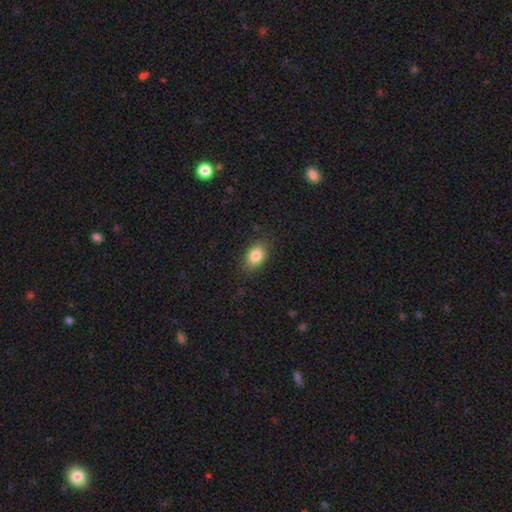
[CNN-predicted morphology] A smooth galaxy with no disk features (84%) that is in between round and cigar-shaped (78%).

Vote fractions:
- Smooth or featured? smooth: 84% / star or artifact: 9% / featured or disk: 7%
- How rounded? in between: 78% / round: 20% / cigar-shaped: 2%
- Merging? none: 84% / minor disturbance: 12% / major disturbance: 3% / merger: 1%